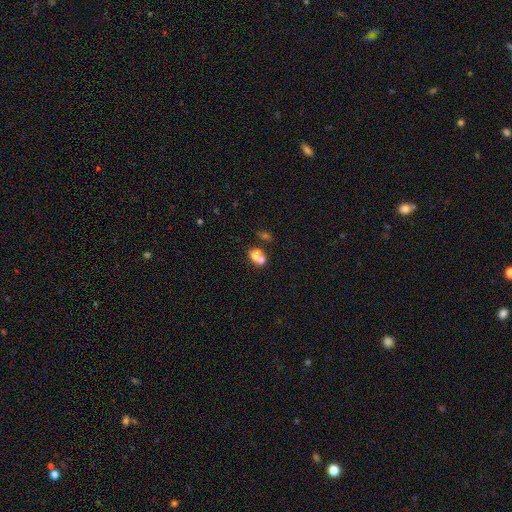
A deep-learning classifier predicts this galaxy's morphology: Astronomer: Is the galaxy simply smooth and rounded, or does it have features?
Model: smooth — 60%.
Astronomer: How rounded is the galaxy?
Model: round — 50% (runner-up: in between, 49%).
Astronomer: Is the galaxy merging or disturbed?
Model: merger — 64%.